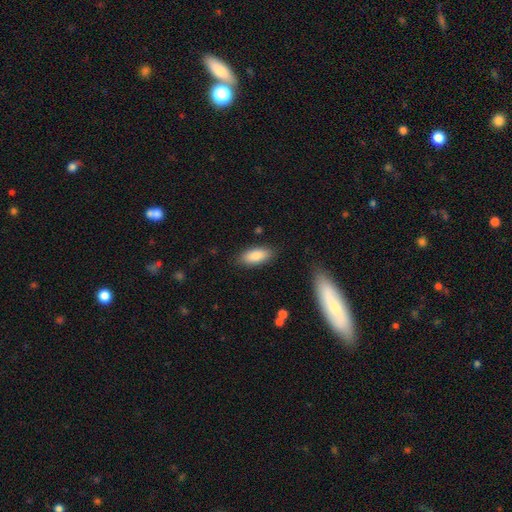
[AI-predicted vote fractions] Smooth or featured? smooth (86%)
How rounded? in between (84%)
Merging? none (85%)